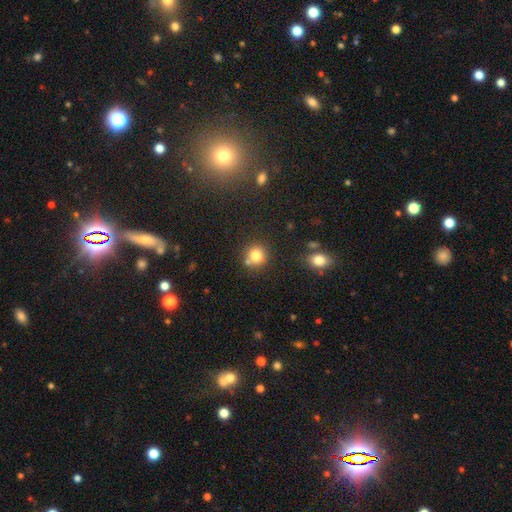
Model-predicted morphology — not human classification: Q: Smooth or featured?
A: smooth (80%); runner-up: star or artifact (12%)
Q: How rounded?
A: round (89%); runner-up: in between (10%)
Q: Merging?
A: none (69%); runner-up: merger (17%)